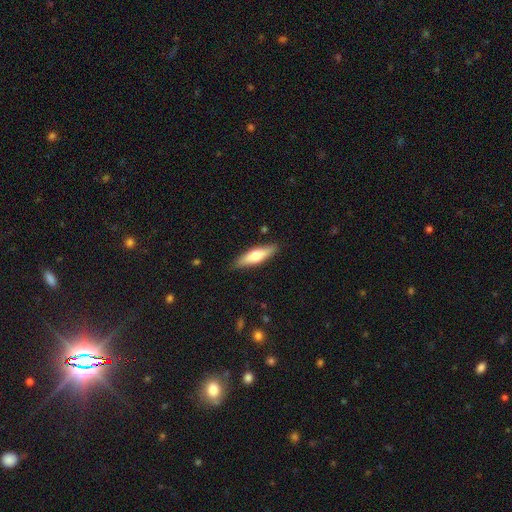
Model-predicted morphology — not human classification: This is possibly a smooth galaxy (59%). How rounded: likely cigar-shaped (62%). Merging: clearly none (86%).